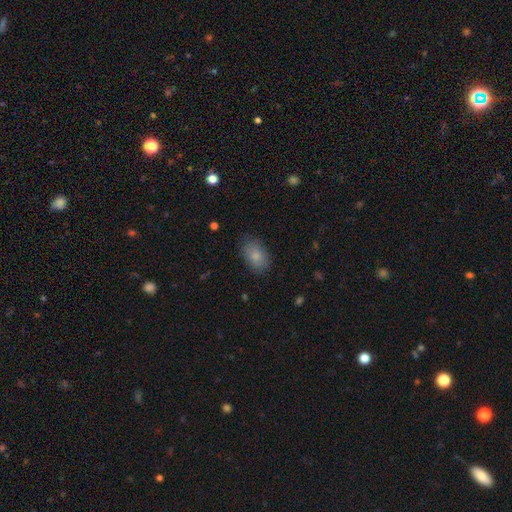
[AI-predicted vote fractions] A smooth galaxy with no disk features (82%) that is in between round and cigar-shaped (87%).

Vote fractions:
- Smooth or featured? smooth: 82% / featured or disk: 10% / star or artifact: 8%
- How rounded? in between: 87% / round: 12% / cigar-shaped: 1%
- Merging? none: 81% / minor disturbance: 14% / major disturbance: 3% / merger: 1%